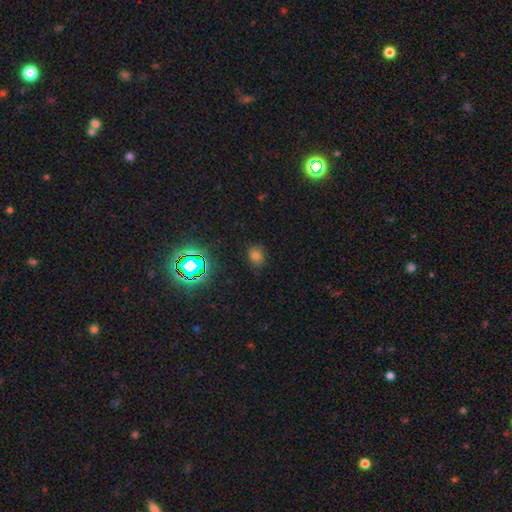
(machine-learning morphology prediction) This is likely a smooth galaxy (65%). How rounded: possibly in between (51%). Merging: likely none (73%).